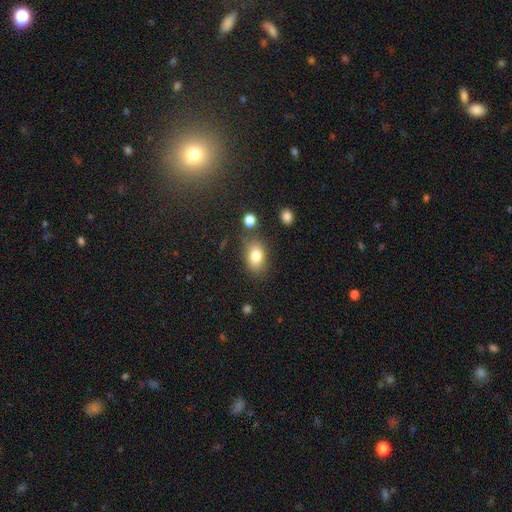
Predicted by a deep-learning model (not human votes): smooth-or-featured: smooth: 80% | featured or disk: 10% | star or artifact: 10%
  how-rounded: in between: 79% | round: 20% | cigar-shaped: 2%
  merging: none: 70% | minor disturbance: 18% | merger: 6% | major disturbance: 6%